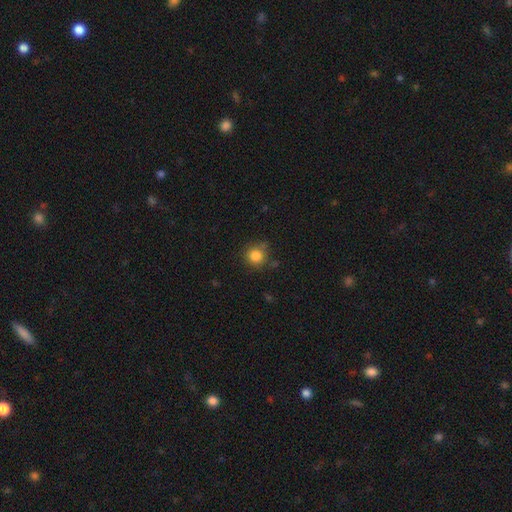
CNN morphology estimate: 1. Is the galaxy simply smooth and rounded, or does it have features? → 84% smooth, 11% star or artifact, 5% featured or disk.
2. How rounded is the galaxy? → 92% round, 7% in between, 1% cigar-shaped.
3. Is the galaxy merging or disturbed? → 79% none, 14% minor disturbance, 4% merger, 4% major disturbance.